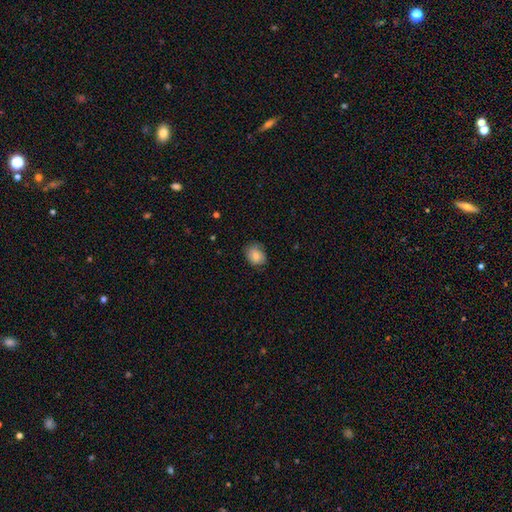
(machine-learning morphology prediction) Smooth or featured: smooth — 77% (featured or disk — 14%)
How rounded: in between — 50% (round — 49%)
Merging: none — 76% (minor disturbance — 19%)